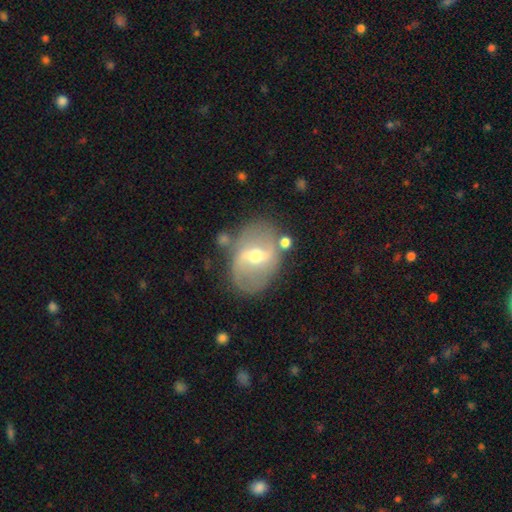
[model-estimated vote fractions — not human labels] The model was most divided on "bar": weak: 45%, strong: 40%, no: 15%. More confident: edge-on disk — no (95%); smooth or featured — featured or disk (73%); spiral arms — yes (72%); merging — none (68%); bulge size — moderate (62%).